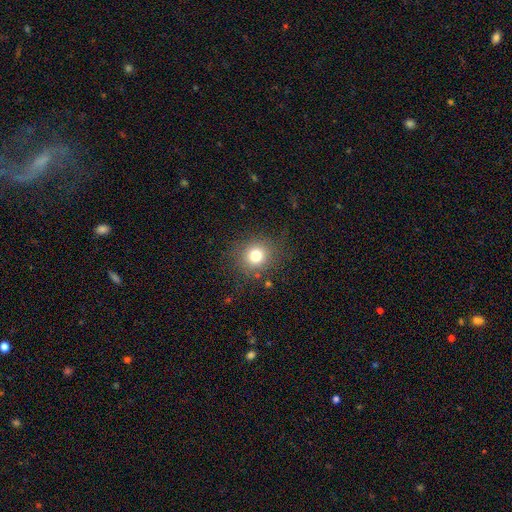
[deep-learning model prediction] Q: Smooth or featured?
A: smooth (77%); runner-up: star or artifact (14%)
Q: How rounded?
A: round (87%); runner-up: in between (12%)
Q: Merging?
A: none (84%); runner-up: minor disturbance (10%)